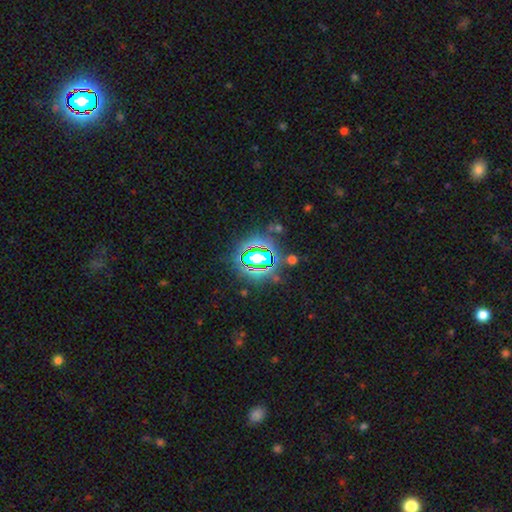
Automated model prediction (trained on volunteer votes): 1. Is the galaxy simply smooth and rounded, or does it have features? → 71% star or artifact, 16% smooth, 12% featured or disk.